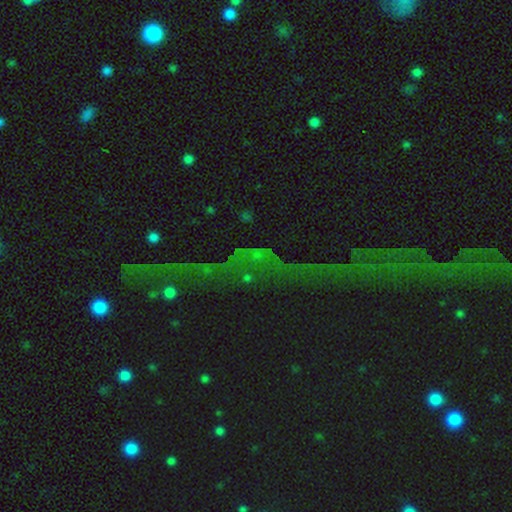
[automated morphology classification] Q: Smooth or featured?
A: star or artifact (69%); runner-up: featured or disk (17%)